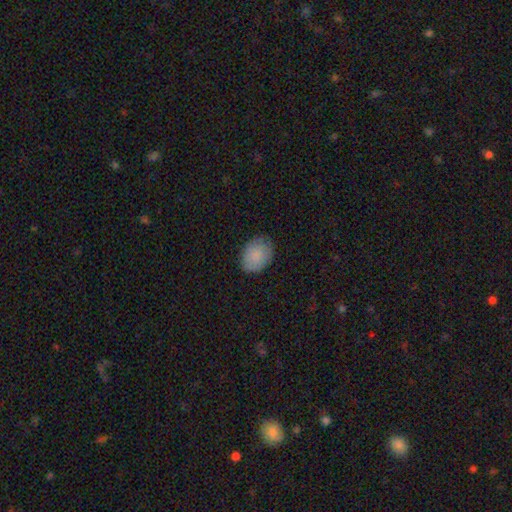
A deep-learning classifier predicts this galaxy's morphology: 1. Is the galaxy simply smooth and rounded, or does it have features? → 86% smooth, 7% featured or disk, 7% star or artifact.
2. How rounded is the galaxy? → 70% in between, 30% round, 1% cigar-shaped.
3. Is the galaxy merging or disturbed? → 80% none, 16% minor disturbance, 3% major disturbance, 1% merger.